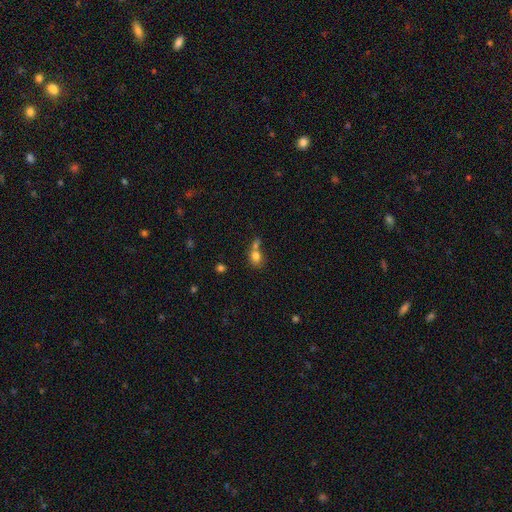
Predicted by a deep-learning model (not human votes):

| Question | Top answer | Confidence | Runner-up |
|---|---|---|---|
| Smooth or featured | smooth | 78% | featured or disk (12%) |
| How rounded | round | 53% | in between (45%) |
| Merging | merger | 49% | none (33%) |